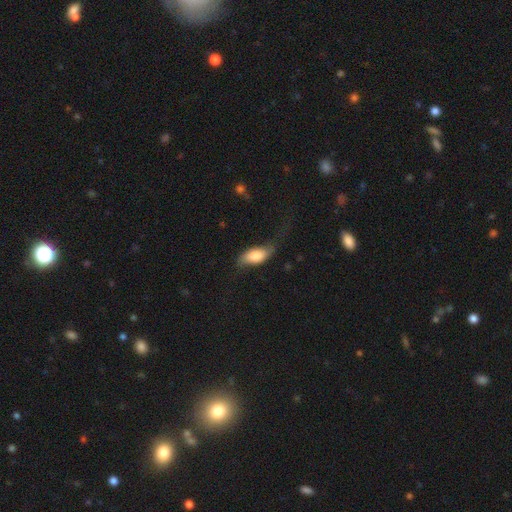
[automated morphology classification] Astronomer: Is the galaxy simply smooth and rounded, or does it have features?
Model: smooth — 68%.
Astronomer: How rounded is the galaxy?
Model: in between — 86%.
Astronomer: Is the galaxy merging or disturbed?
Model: none — 46% (runner-up: minor disturbance, 28%).